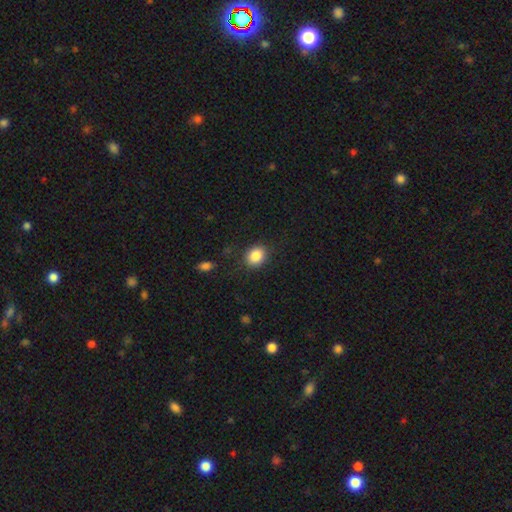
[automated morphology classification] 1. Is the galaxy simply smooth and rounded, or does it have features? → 86% smooth, 9% star or artifact, 5% featured or disk.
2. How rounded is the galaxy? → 55% round, 44% in between, 1% cigar-shaped.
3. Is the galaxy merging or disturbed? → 84% none, 10% minor disturbance, 4% major disturbance, 2% merger.